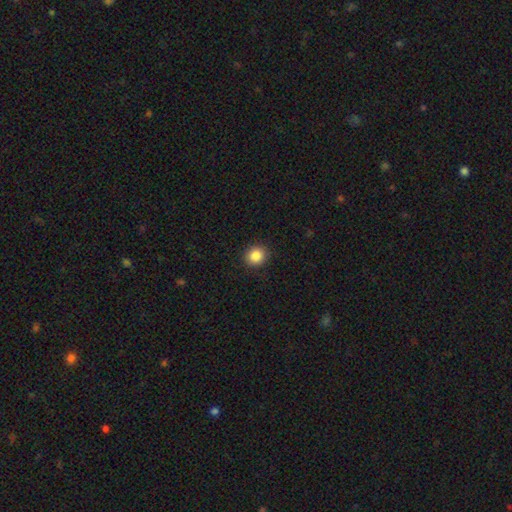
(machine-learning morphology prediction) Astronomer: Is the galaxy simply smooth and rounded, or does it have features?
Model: smooth — 86%.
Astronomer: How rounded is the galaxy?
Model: round — 85%.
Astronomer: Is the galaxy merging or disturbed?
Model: none — 91%.